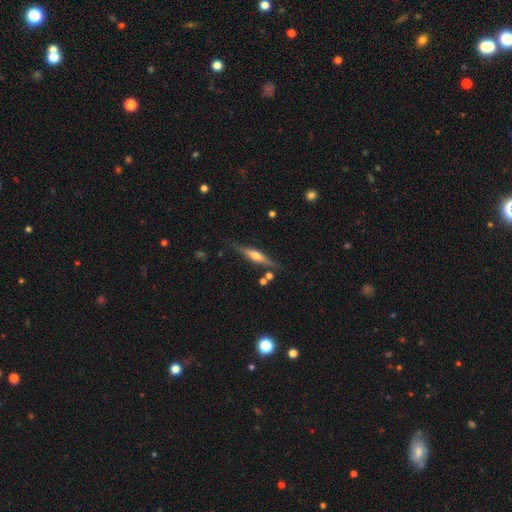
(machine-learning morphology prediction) Smooth or featured: featured or disk — 64% (smooth — 30%)
Edge-on disk: yes — 95% (no — 5%)
Edge-on bulge: rounded — 81% (boxy — 11%)
Merging: none — 80% (minor disturbance — 12%)